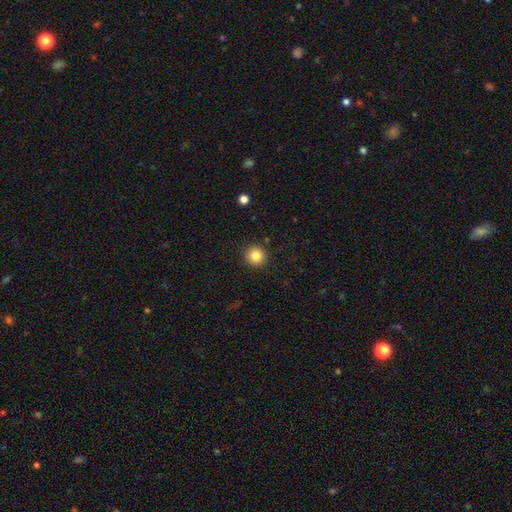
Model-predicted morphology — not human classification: A smooth galaxy with no disk features (85%) that is round (93%).

Vote fractions:
- Smooth or featured? smooth: 85% / star or artifact: 10% / featured or disk: 5%
- How rounded? round: 93% / in between: 6% / cigar-shaped: 1%
- Merging? none: 91% / minor disturbance: 6% / major disturbance: 2% / merger: 1%